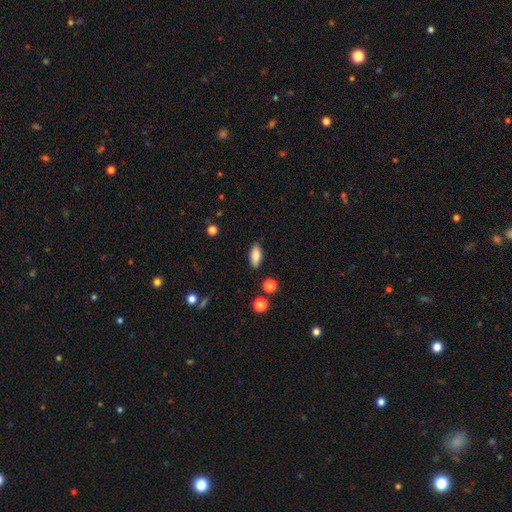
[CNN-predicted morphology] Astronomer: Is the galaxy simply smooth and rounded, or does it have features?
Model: smooth — 86%.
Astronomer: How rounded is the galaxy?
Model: in between — 82%.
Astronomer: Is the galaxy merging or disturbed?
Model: none — 87%.